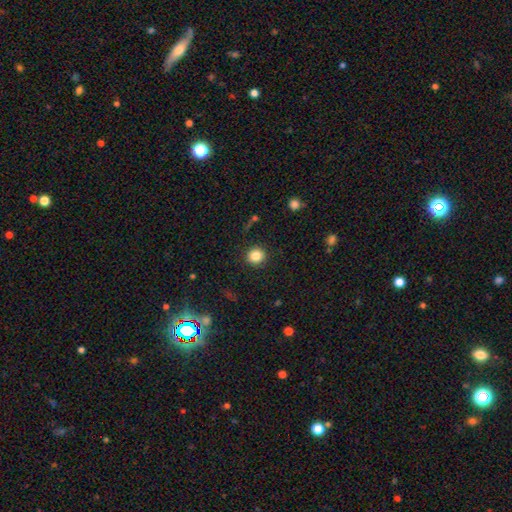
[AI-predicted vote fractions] Smooth or featured: smooth — 84% (star or artifact — 11%)
How rounded: round — 91% (in between — 8%)
Merging: none — 91% (minor disturbance — 6%)